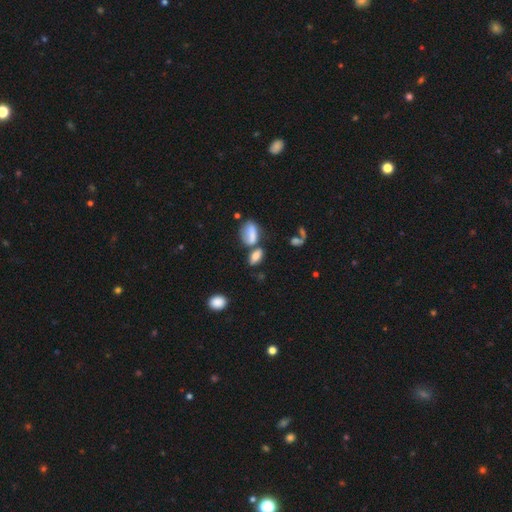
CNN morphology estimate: A smooth galaxy with no disk features (76%) that is in between round and cigar-shaped (83%).

Vote fractions:
- Smooth or featured? smooth: 76% / featured or disk: 13% / star or artifact: 11%
- How rounded? in between: 83% / round: 9% / cigar-shaped: 8%
- Merging? none: 45% / merger: 33% / minor disturbance: 15% / major disturbance: 7%